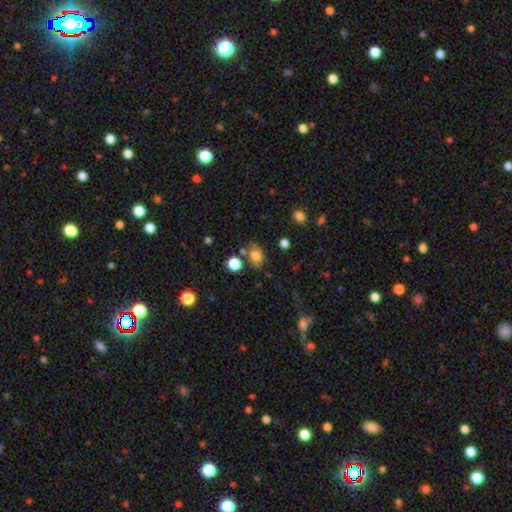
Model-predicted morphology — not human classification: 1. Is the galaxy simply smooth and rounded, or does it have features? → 79% smooth, 12% star or artifact, 9% featured or disk.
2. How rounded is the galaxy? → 63% in between, 36% round, 1% cigar-shaped.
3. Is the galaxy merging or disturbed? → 68% none, 17% minor disturbance, 10% merger, 5% major disturbance.